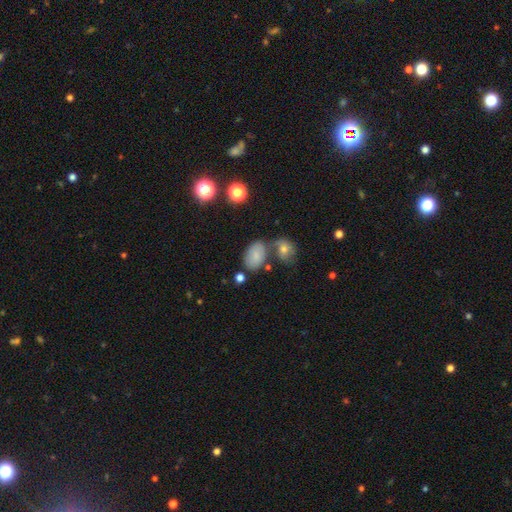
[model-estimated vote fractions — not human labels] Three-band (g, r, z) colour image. It shows a smooth galaxy with no disk features (76%) that is in between round and cigar-shaped (86%). Merging: none (54%).